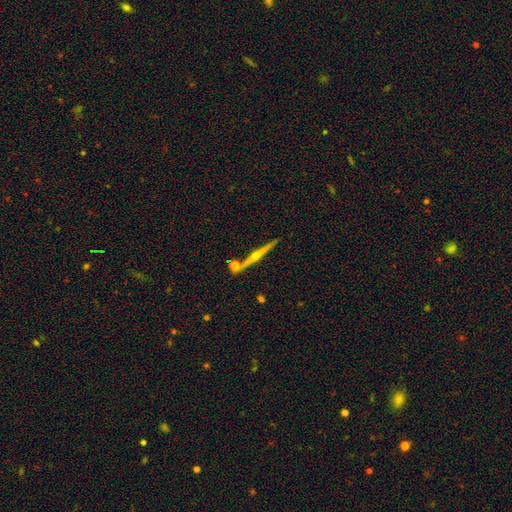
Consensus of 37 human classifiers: Smooth or featured? 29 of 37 (78%) said featured or disk. Edge-on disk? 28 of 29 (97%) said yes. Edge-on bulge? 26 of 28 (93%) said rounded. Merging? 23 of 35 (66%) said none.